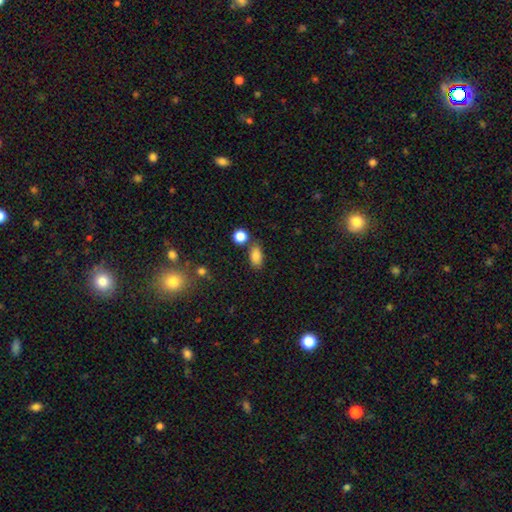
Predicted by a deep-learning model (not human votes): smooth-or-featured: smooth: 83% | star or artifact: 10% | featured or disk: 6%
  how-rounded: in between: 88% | round: 9% | cigar-shaped: 3%
  merging: none: 71% | minor disturbance: 14% | merger: 11% | major disturbance: 4%